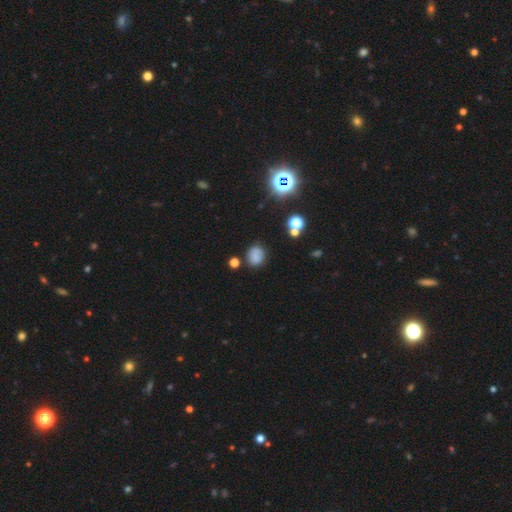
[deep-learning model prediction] A smooth galaxy with no disk features (73%) that is round (61%). Merging: none (74%).